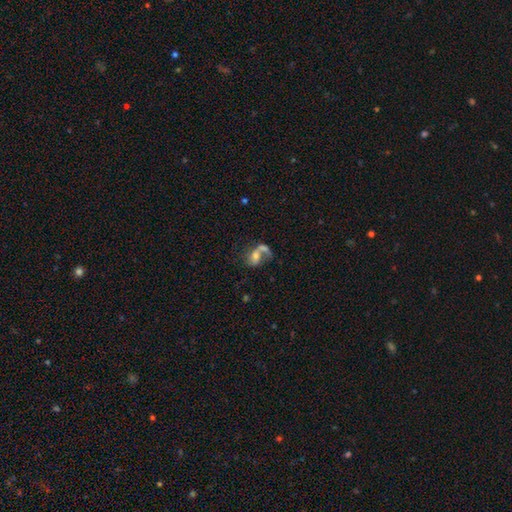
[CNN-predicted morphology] A smooth galaxy with no disk features (46%). Merging: merger (48%).